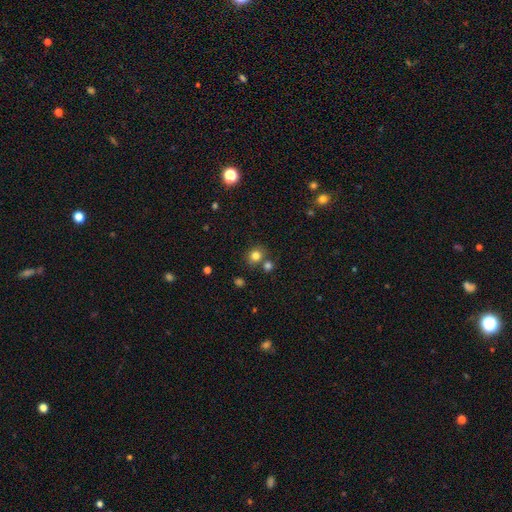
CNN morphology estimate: This appears to be a smooth galaxy with no disk features (80%) that is round (80%). Merging: none (68%).